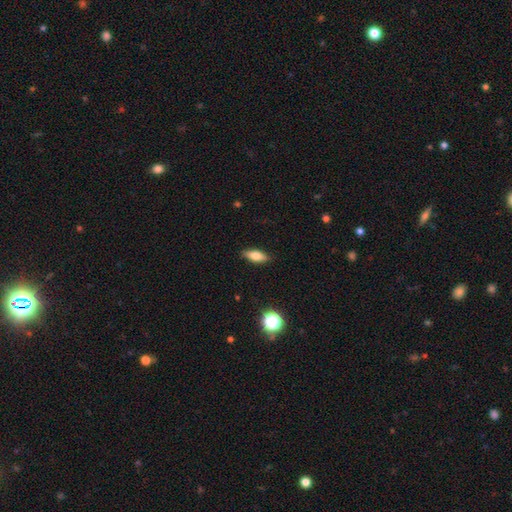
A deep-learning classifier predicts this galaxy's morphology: The model was most divided on "how rounded": in between: 71%, cigar-shaped: 25%, round: 4%. More confident: merging — none (88%); smooth or featured — smooth (74%).